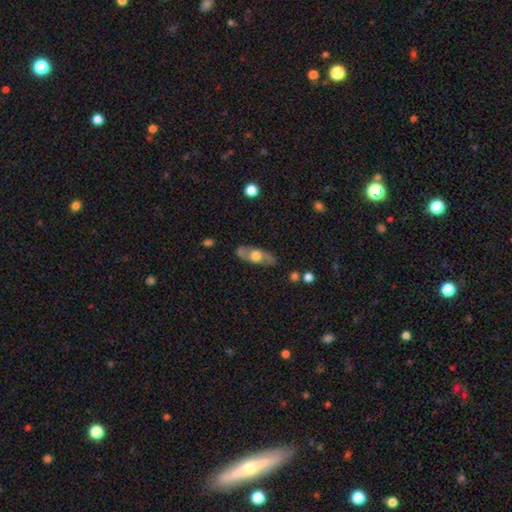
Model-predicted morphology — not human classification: Smooth or featured? featured or disk (55%)
Edge-on disk? no (64%)
Merging? none (81%)